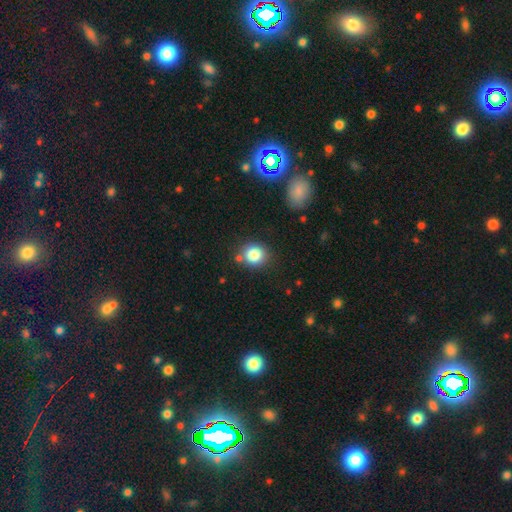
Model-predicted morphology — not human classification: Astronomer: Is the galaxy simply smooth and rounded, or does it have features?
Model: smooth — 69%.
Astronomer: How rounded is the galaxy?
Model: round — 83%.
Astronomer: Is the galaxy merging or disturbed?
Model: none — 85%.